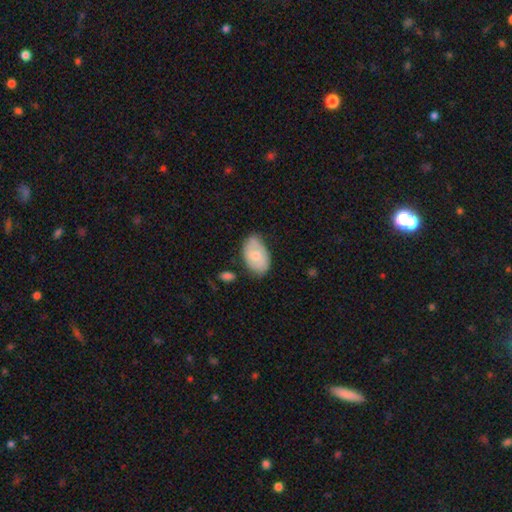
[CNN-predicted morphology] Smooth or featured? Predicted: smooth (p=0.66). How rounded? Predicted: in between (p=0.92). Merging? Predicted: none (p=0.64).